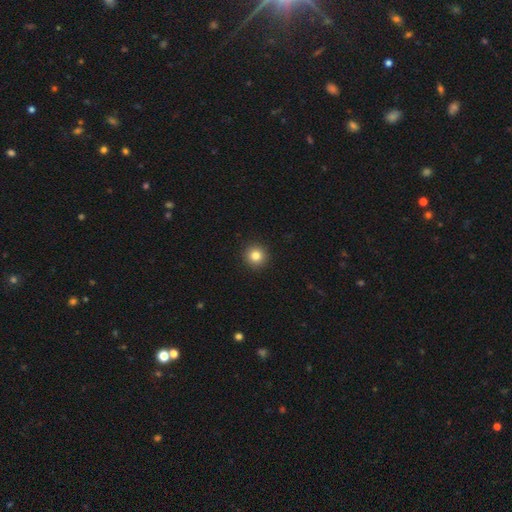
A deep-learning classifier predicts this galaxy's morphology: Q: Smooth or featured?
A: smooth (83%); runner-up: star or artifact (11%)
Q: How rounded?
A: round (95%); runner-up: in between (4%)
Q: Merging?
A: none (93%); runner-up: minor disturbance (5%)